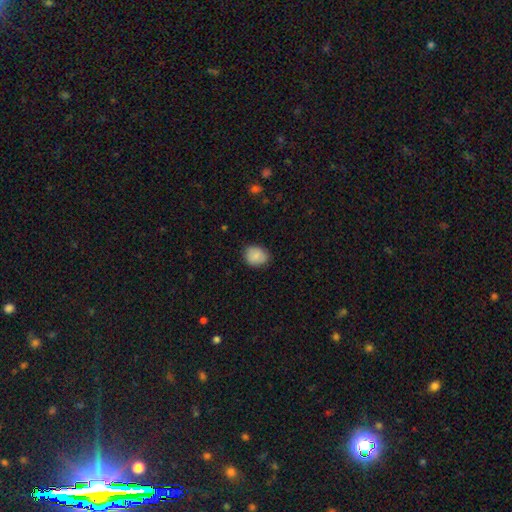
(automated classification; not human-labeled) Q: Smooth or featured?
A: smooth (87%); runner-up: star or artifact (7%)
Q: How rounded?
A: round (52%); runner-up: in between (47%)
Q: Merging?
A: none (80%); runner-up: minor disturbance (16%)